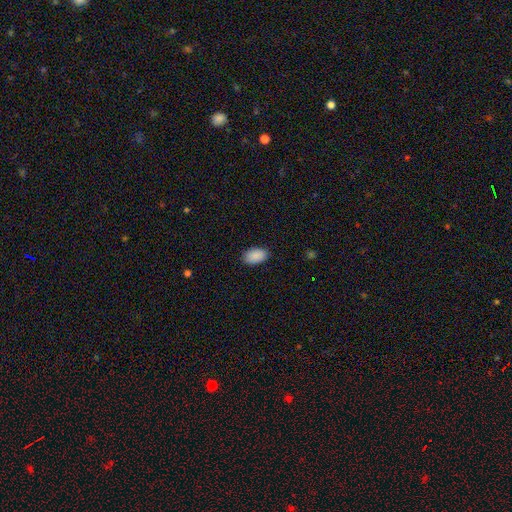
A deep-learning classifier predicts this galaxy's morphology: A smooth galaxy with no disk features (90%) that is in between round and cigar-shaped (93%). Merging: none (86%).